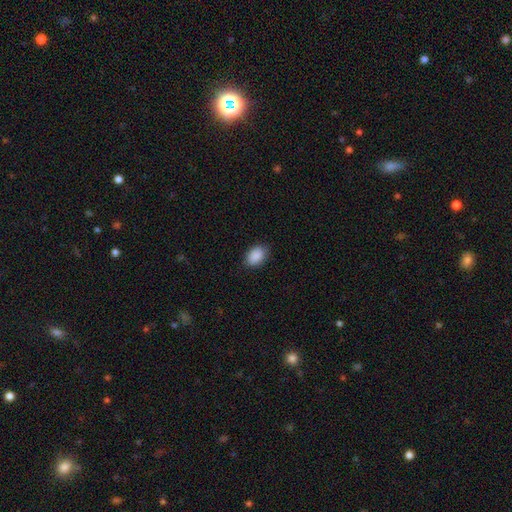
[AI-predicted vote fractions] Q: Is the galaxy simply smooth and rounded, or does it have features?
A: smooth — 90%.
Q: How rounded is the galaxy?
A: in between — 85%.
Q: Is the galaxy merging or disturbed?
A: none — 85%.